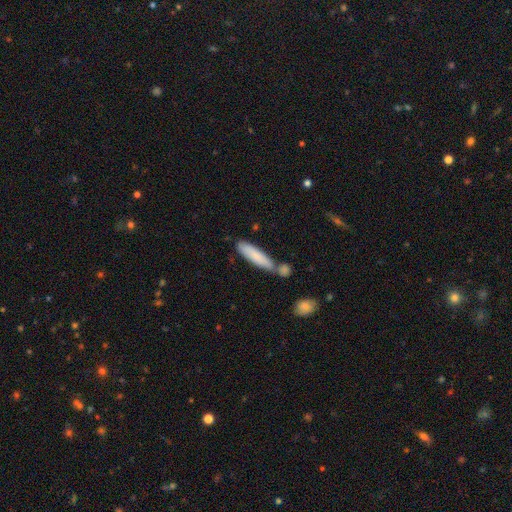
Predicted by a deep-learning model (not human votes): Q: Smooth or featured?
A: smooth (80%); runner-up: featured or disk (14%)
Q: How rounded?
A: cigar-shaped (76%); runner-up: in between (23%)
Q: Merging?
A: none (57%); runner-up: merger (23%)